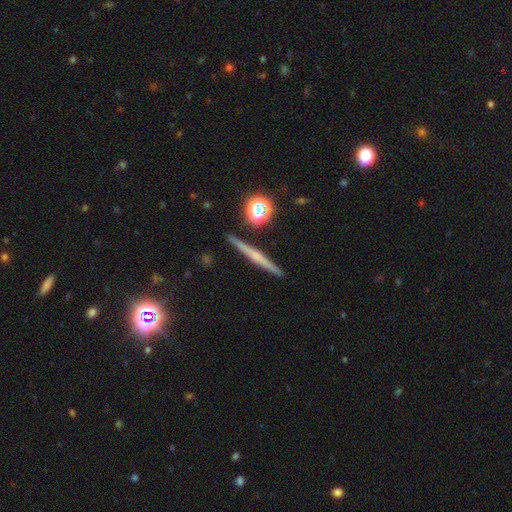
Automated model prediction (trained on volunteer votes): featured or disk 61%, smooth 29%, star or artifact 10%. Down the decision tree: edge-on disk — yes (98%); edge-on bulge — none (46%); merging — none (90%).